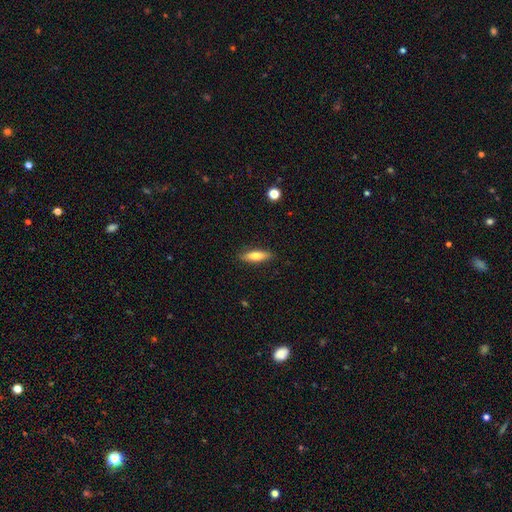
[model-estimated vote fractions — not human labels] smooth_or_featured: smooth (p=0.70) [alt: featured or disk p=0.24]
how_rounded: cigar-shaped (p=0.60) [alt: in between p=0.38]
merging: none (p=0.89) [alt: minor disturbance p=0.08]